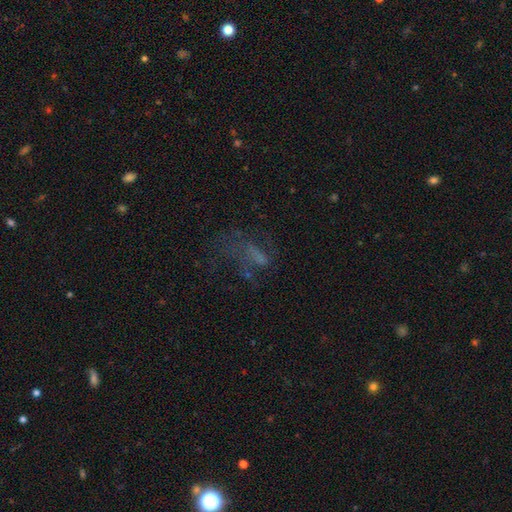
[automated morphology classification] type=featured or disk (40%); merging=major disturbance (43%).